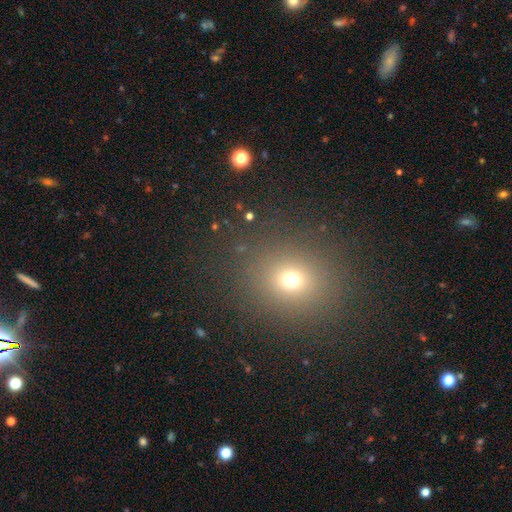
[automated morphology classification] smooth 59%, star or artifact 32%, featured or disk 8%. Down the decision tree: how rounded — round (75%); merging — none (89%).